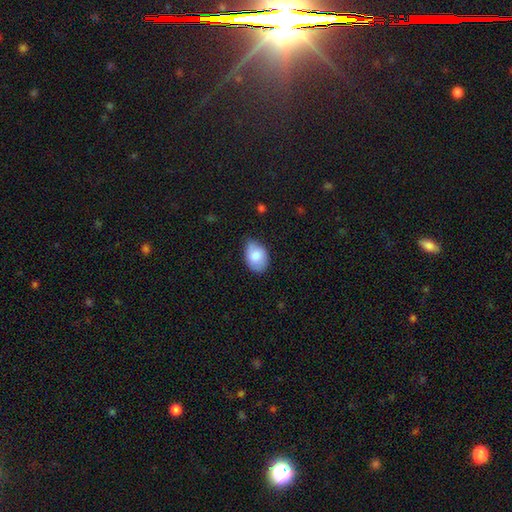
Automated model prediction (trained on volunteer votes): Morphology: type=smooth (84%); roundness=in between (86%); merging=none (67%).